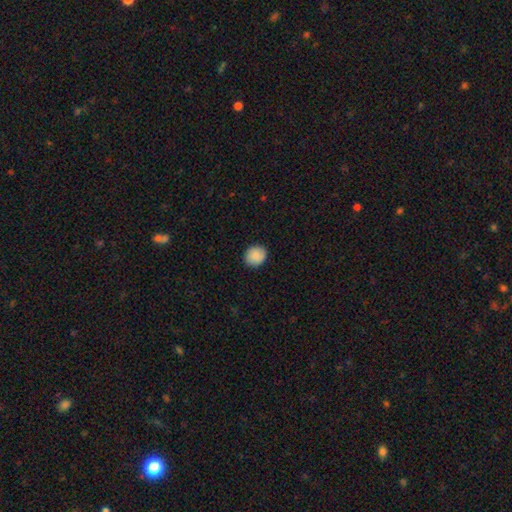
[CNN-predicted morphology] smooth-or-featured: smooth: 87% | star or artifact: 7% | featured or disk: 6%
  how-rounded: round: 74% | in between: 25% | cigar-shaped: 1%
  merging: none: 89% | minor disturbance: 8% | major disturbance: 2% | merger: 1%